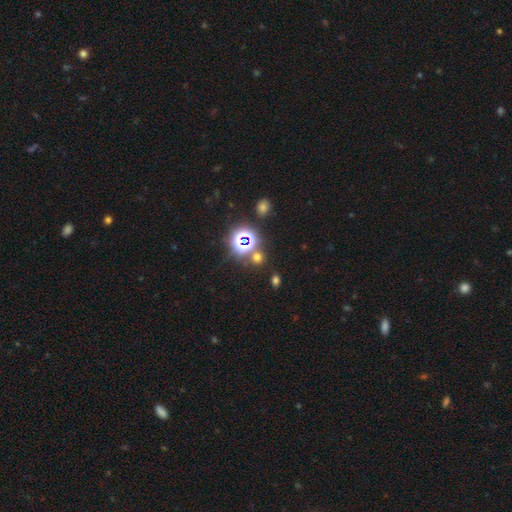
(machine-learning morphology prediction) Smooth or featured?
  - star or artifact: 71% *
  - smooth: 21%
  - featured or disk: 8%